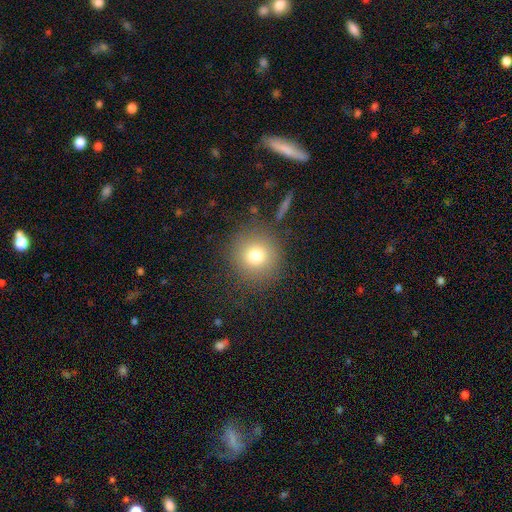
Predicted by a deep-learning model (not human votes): The model was most divided on "smooth or featured": smooth: 77%, star or artifact: 12%, featured or disk: 11%. More confident: how rounded — round (93%); merging — none (82%).